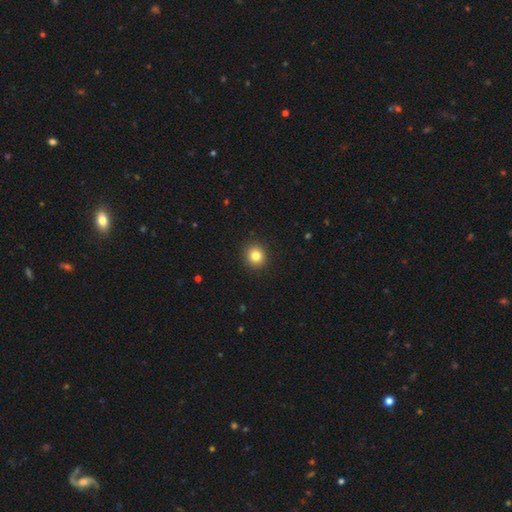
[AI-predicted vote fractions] Smooth or featured?
  - smooth: 82% *
  - star or artifact: 11%
  - featured or disk: 7%
How rounded?
  - round: 90% *
  - in between: 9%
  - cigar-shaped: 1%
Merging?
  - none: 92% *
  - minor disturbance: 5%
  - major disturbance: 2%
  - merger: 1%